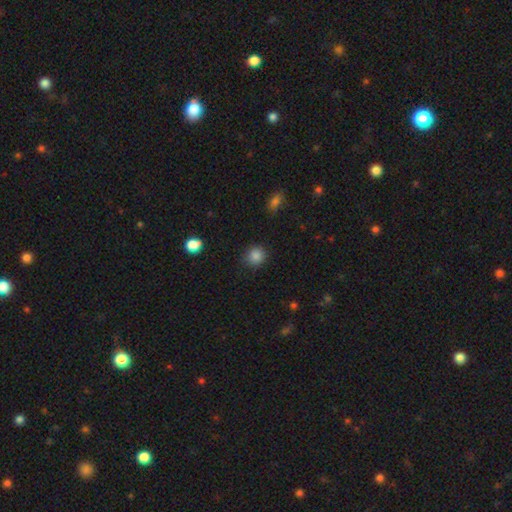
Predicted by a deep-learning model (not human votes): smooth 85%, star or artifact 11%, featured or disk 4%. Down the decision tree: how rounded — round (87%); merging — none (83%).